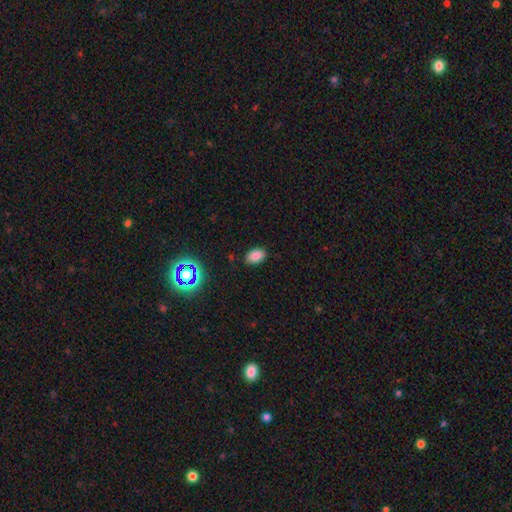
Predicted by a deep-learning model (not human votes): Smooth or featured? smooth (82%)
How rounded? in between (88%)
Merging? none (84%)